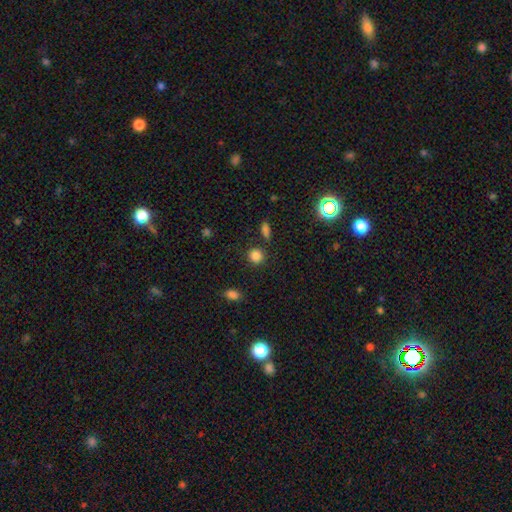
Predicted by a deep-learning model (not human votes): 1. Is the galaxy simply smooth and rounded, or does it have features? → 85% smooth, 11% star or artifact, 4% featured or disk.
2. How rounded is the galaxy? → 87% round, 11% in between, 1% cigar-shaped.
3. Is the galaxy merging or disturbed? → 84% none, 8% minor disturbance, 4% merger, 3% major disturbance.